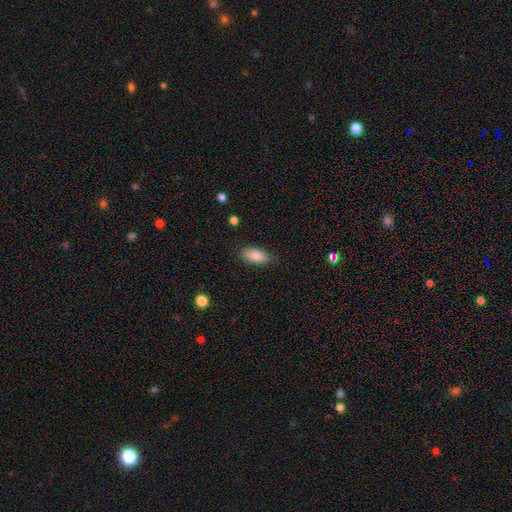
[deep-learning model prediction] smooth_or_featured: smooth (p=0.86) [alt: featured or disk p=0.07]
how_rounded: in between (p=0.91) [alt: cigar-shaped p=0.06]
merging: none (p=0.84) [alt: minor disturbance p=0.12]